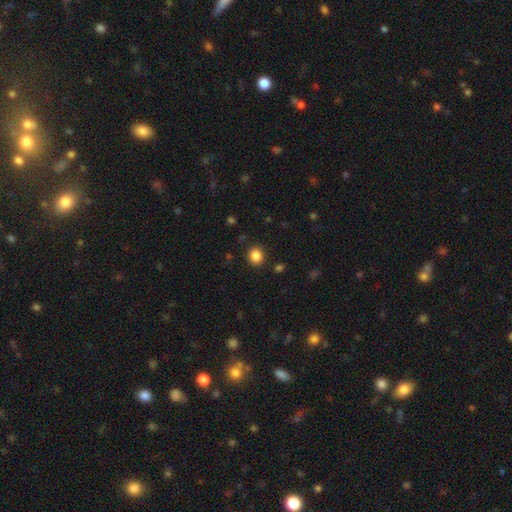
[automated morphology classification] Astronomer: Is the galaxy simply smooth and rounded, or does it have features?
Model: smooth — 85%.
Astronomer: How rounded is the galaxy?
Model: round — 81%.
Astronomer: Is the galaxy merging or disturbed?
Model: none — 90%.